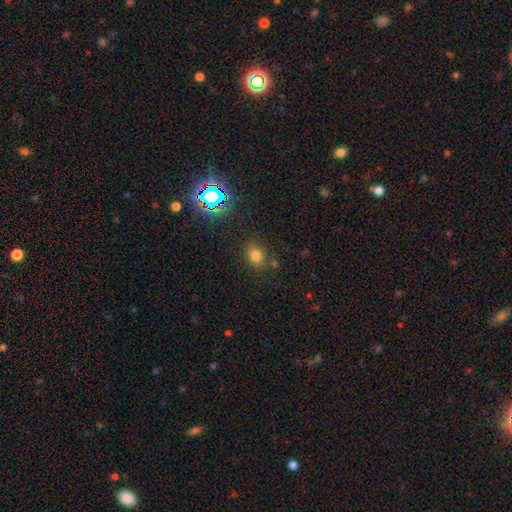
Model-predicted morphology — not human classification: smooth-or-featured: smooth: 72% | star or artifact: 20% | featured or disk: 8%
  how-rounded: round: 57% | in between: 42% | cigar-shaped: 1%
  merging: none: 79% | minor disturbance: 12% | merger: 5% | major disturbance: 4%